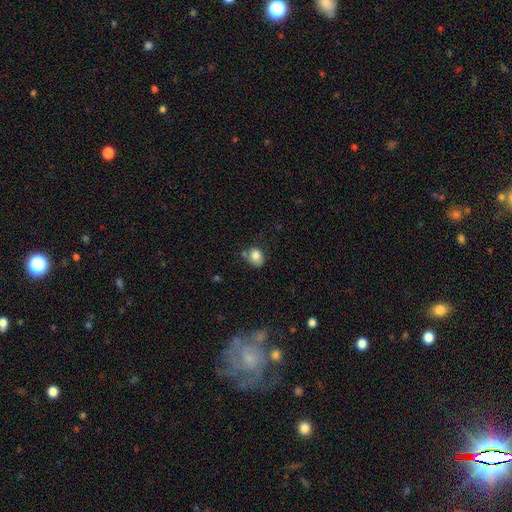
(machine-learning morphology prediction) A smooth galaxy with no disk features (82%) that is in between round and cigar-shaped (50%). Merging: none (55%).